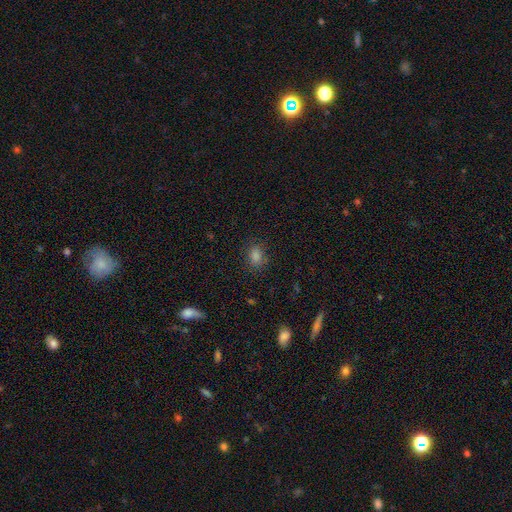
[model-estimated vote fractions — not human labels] smooth_or_featured: smooth (p=0.77) [alt: star or artifact p=0.17]
how_rounded: in between (p=0.61) [alt: round p=0.37]
merging: none (p=0.83) [alt: minor disturbance p=0.12]